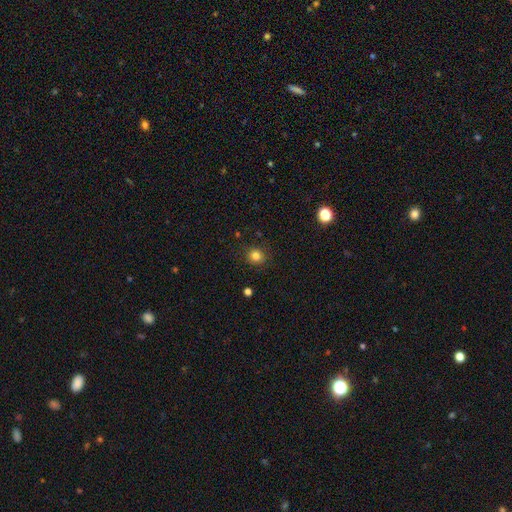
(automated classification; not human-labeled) Overall: smooth (82%). How rounded: round (86%). Merging: none (89%).